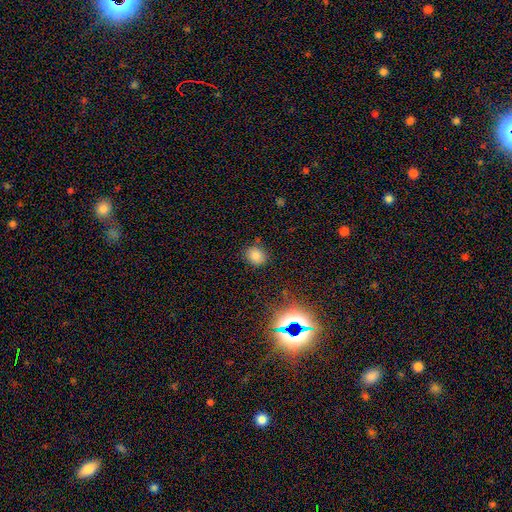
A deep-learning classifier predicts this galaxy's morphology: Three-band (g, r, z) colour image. It shows a smooth galaxy with no disk features (78%) that is round (66%). Merging: none (83%).